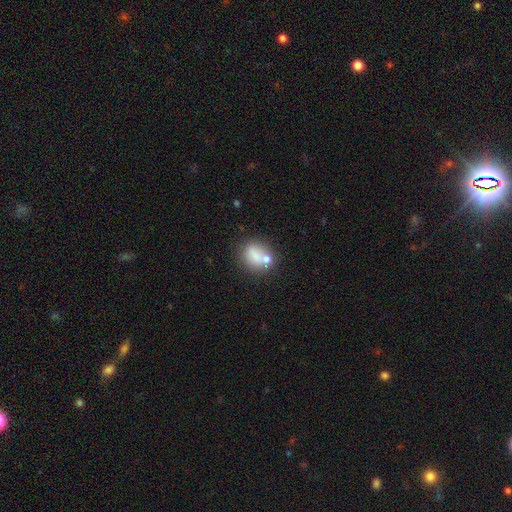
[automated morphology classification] Q: Smooth or featured?
A: smooth (72%); runner-up: featured or disk (17%)
Q: How rounded?
A: round (54%); runner-up: in between (43%)
Q: Merging?
A: none (50%); runner-up: merger (26%)